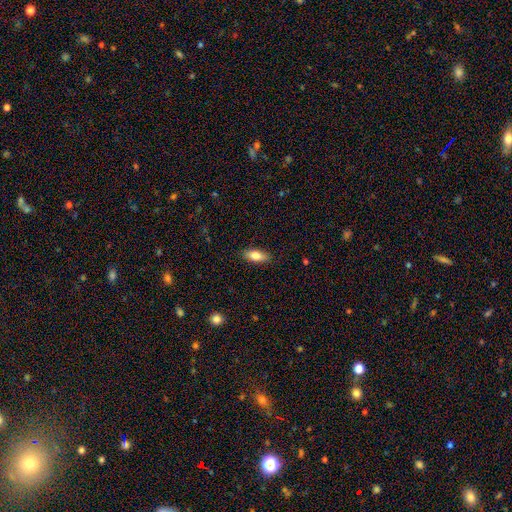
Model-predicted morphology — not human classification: A smooth galaxy with no disk features (79%) that is in between round and cigar-shaped (78%).

Vote fractions:
- Smooth or featured? smooth: 79% / featured or disk: 14% / star or artifact: 7%
- How rounded? in between: 78% / cigar-shaped: 19% / round: 3%
- Merging? none: 88% / minor disturbance: 9% / major disturbance: 2% / merger: 1%